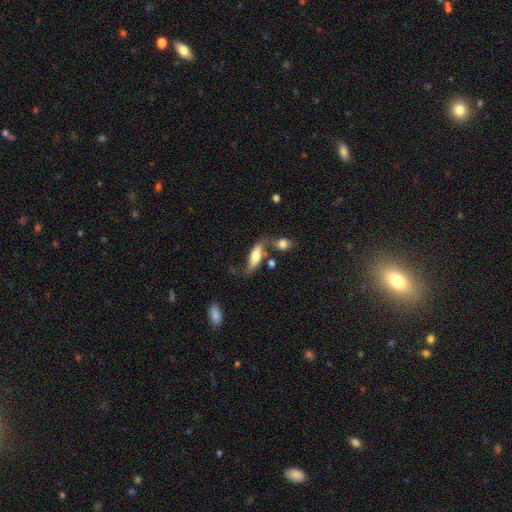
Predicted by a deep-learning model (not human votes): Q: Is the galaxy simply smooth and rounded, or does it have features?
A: smooth — 52%.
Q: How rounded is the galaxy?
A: in between — 65%.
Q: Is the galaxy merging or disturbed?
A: none — 44%.